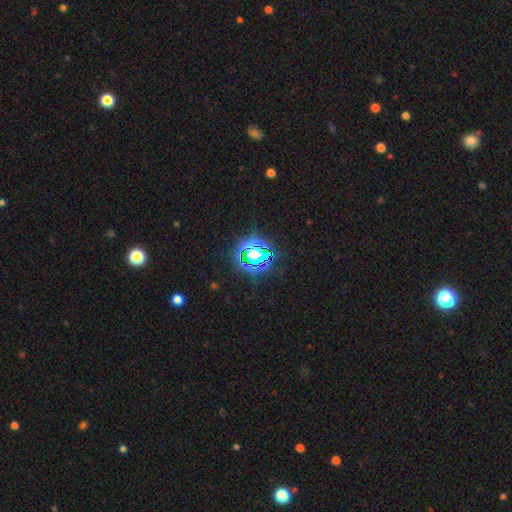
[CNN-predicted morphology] Q: Smooth or featured?
A: star or artifact (70%); runner-up: smooth (18%)